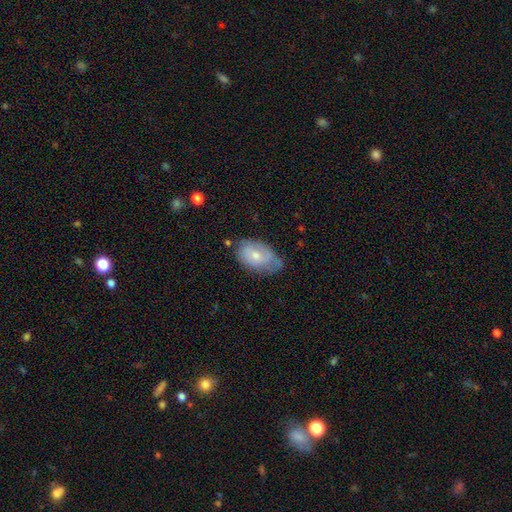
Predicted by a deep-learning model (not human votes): Q: Smooth or featured?
A: smooth (57%); runner-up: featured or disk (36%)
Q: How rounded?
A: in between (90%); runner-up: round (9%)
Q: Merging?
A: none (49%); runner-up: minor disturbance (37%)